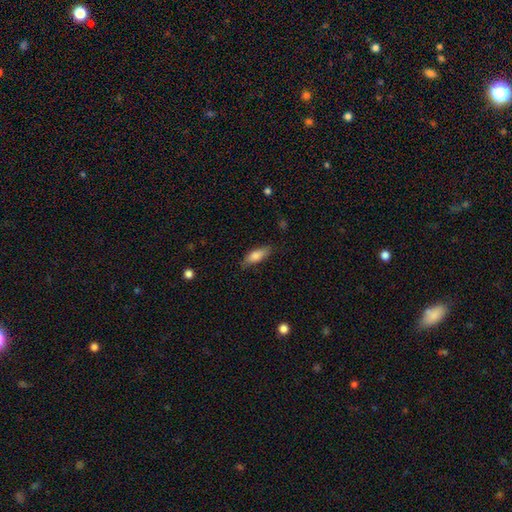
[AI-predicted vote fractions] Smooth or featured? smooth (79%)
How rounded? in between (62%)
Merging? none (80%)